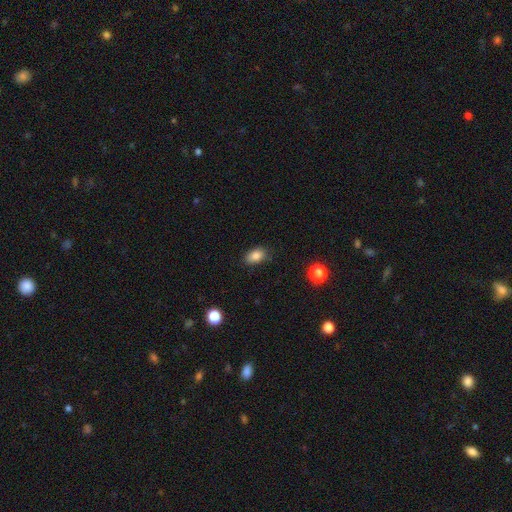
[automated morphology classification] smooth-or-featured: smooth: 85% | star or artifact: 10% | featured or disk: 6%
  how-rounded: in between: 87% | round: 11% | cigar-shaped: 2%
  merging: none: 82% | minor disturbance: 14% | major disturbance: 3% | merger: 1%